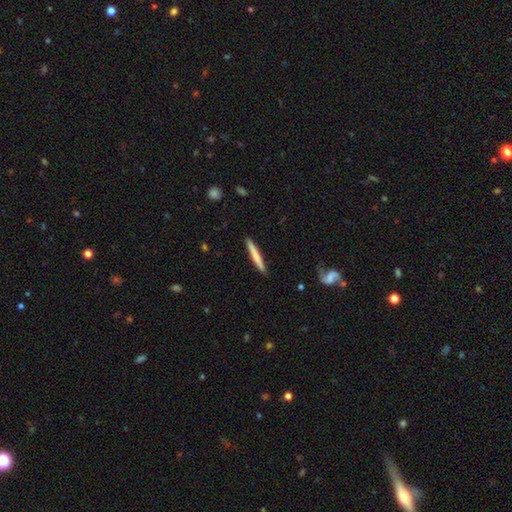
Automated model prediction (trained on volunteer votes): Smooth or featured? Predicted: smooth (p=0.67). How rounded? Predicted: cigar-shaped (p=0.96). Merging? Predicted: none (p=0.89).